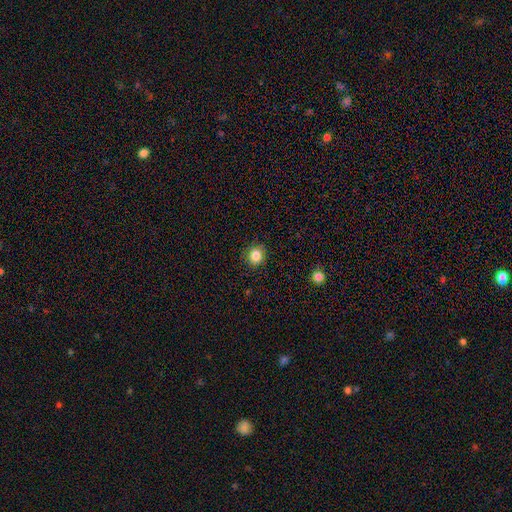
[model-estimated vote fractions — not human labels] smooth_or_featured: smooth (p=0.84) [alt: star or artifact p=0.11]
how_rounded: round (p=0.86) [alt: in between p=0.13]
merging: none (p=0.90) [alt: minor disturbance p=0.07]